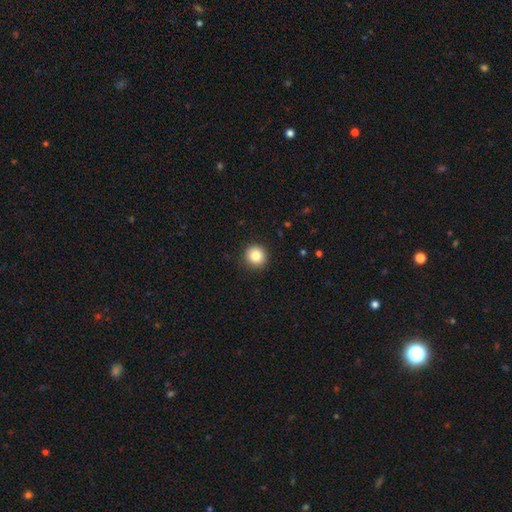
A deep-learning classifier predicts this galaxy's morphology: Smooth or featured? Predicted: smooth (p=0.86). How rounded? Predicted: round (p=0.93). Merging? Predicted: none (p=0.92).